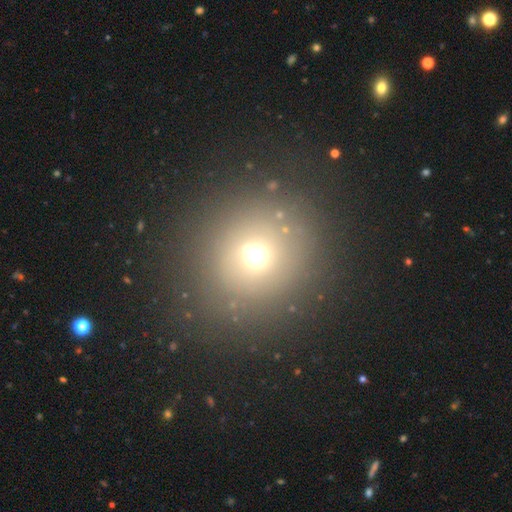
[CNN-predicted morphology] Q: Smooth or featured?
A: smooth (62%); runner-up: star or artifact (26%)
Q: How rounded?
A: round (90%); runner-up: in between (9%)
Q: Merging?
A: none (78%); runner-up: minor disturbance (9%)